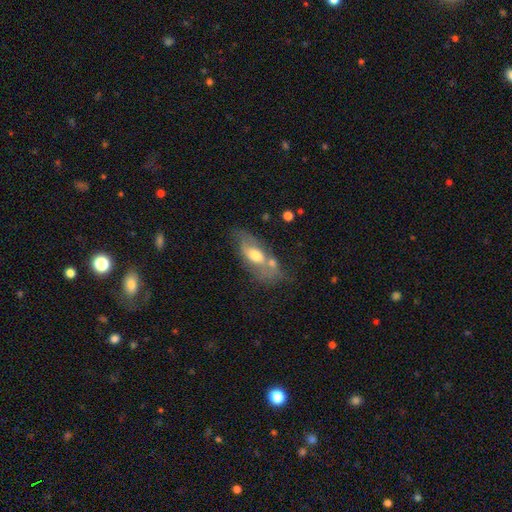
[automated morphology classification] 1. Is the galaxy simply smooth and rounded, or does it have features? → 48% smooth, 45% featured or disk, 7% star or artifact.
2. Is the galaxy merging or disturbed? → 40% none, 25% merger, 22% minor disturbance, 13% major disturbance.